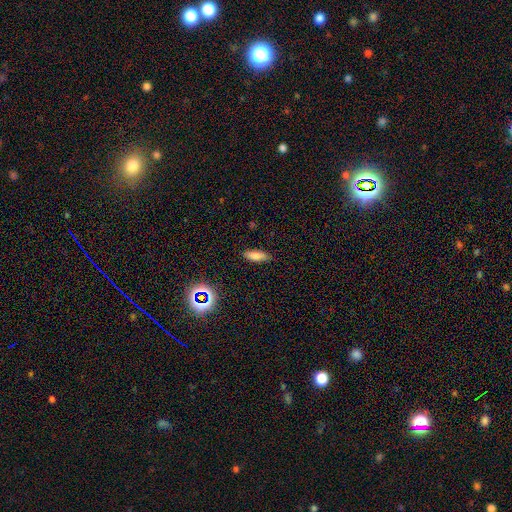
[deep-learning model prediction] Morphology: type=smooth (76%); roundness=in between (66%); merging=none (84%).